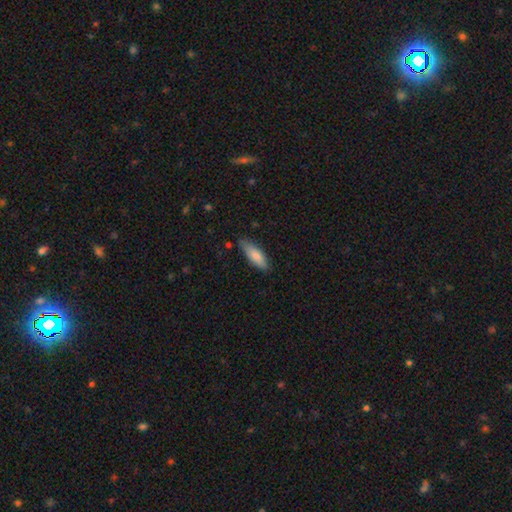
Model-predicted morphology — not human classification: Smooth or featured: smooth — 82% (featured or disk — 12%)
How rounded: in between — 59% (cigar-shaped — 39%)
Merging: none — 75% (minor disturbance — 20%)